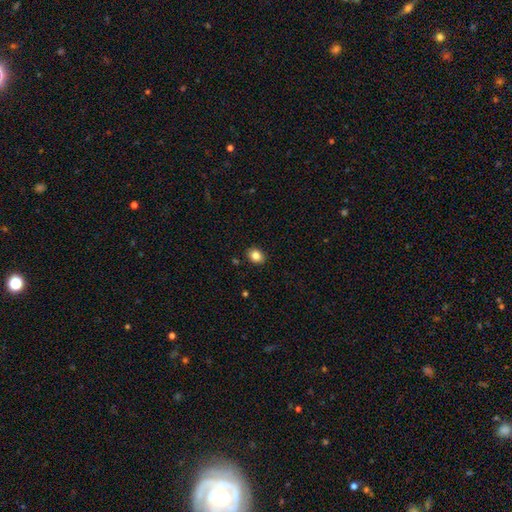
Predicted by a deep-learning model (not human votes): A smooth galaxy with no disk features (84%) that is in between round and cigar-shaped (61%).

Vote fractions:
- Smooth or featured? smooth: 84% / star or artifact: 9% / featured or disk: 7%
- How rounded? in between: 61% / round: 38% / cigar-shaped: 1%
- Merging? none: 88% / minor disturbance: 8% / major disturbance: 2% / merger: 1%